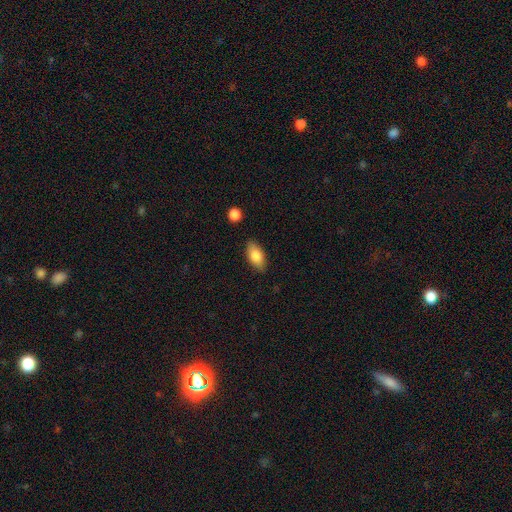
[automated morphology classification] A smooth galaxy with no disk features (81%) that is in between round and cigar-shaped (90%).

Vote fractions:
- Smooth or featured? smooth: 81% / featured or disk: 12% / star or artifact: 7%
- How rounded? in between: 90% / cigar-shaped: 7% / round: 3%
- Merging? none: 85% / minor disturbance: 11% / major disturbance: 2% / merger: 2%